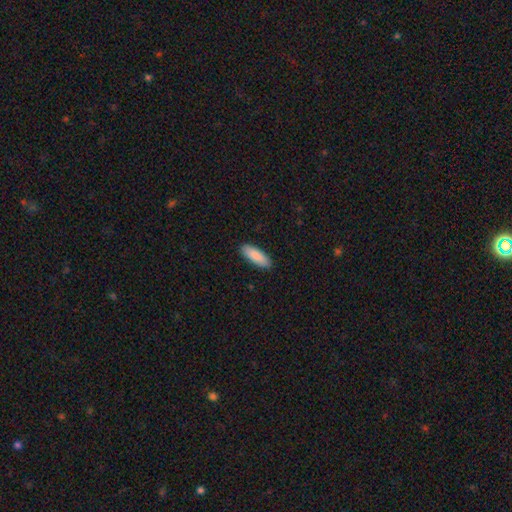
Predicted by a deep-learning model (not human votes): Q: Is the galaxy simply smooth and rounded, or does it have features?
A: smooth — 89%.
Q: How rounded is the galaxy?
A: in between — 68%.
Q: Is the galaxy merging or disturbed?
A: none — 90%.